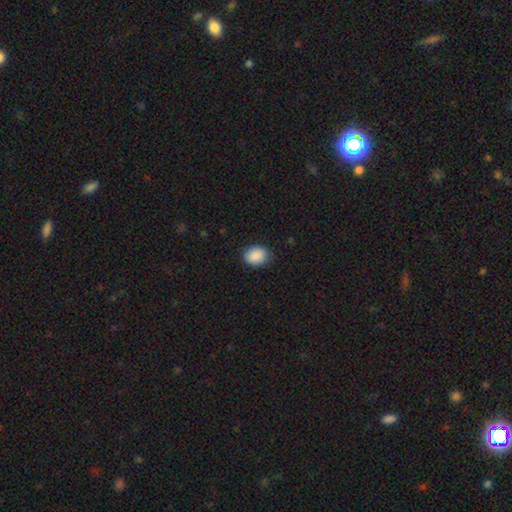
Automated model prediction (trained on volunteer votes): This is clearly a smooth galaxy (90%). How rounded: possibly in between (59%). Merging: clearly none (85%).